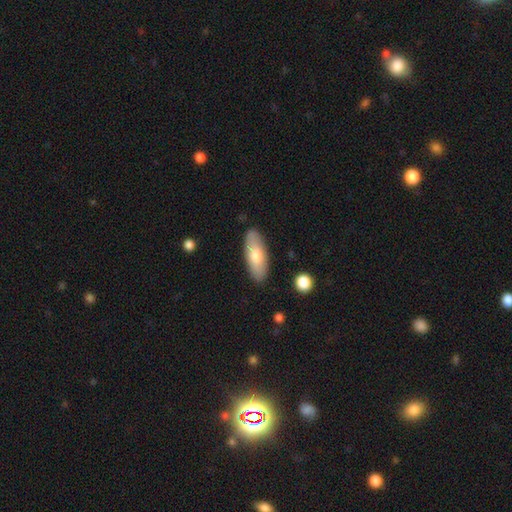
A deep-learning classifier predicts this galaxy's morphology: Smooth or featured? smooth (70%)
How rounded? in between (75%)
Merging? none (87%)